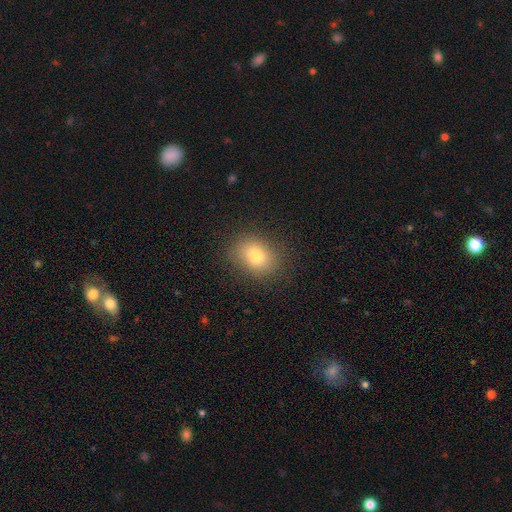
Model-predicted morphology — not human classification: Smooth or featured?
  - smooth: 79% *
  - star or artifact: 11%
  - featured or disk: 10%
How rounded?
  - in between: 61% *
  - round: 37%
  - cigar-shaped: 1%
Merging?
  - none: 85% *
  - minor disturbance: 11%
  - major disturbance: 4%
  - merger: 1%